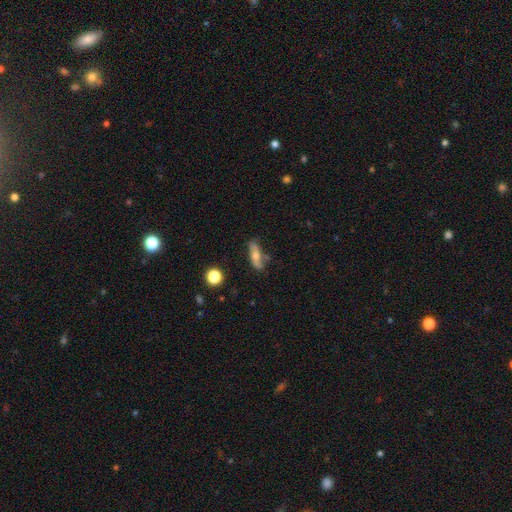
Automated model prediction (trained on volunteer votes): A smooth galaxy with no disk features (49%). Merging: none (65%).